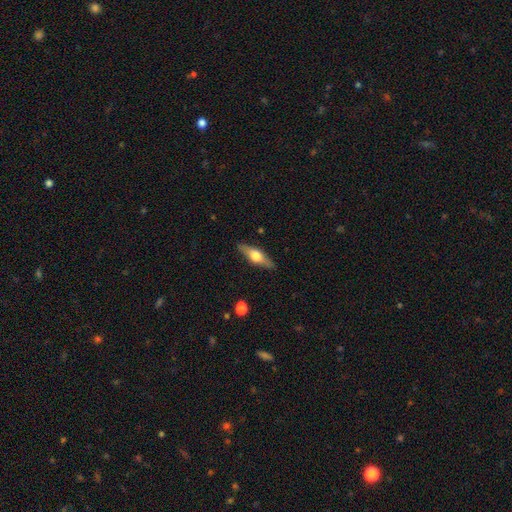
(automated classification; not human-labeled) smooth_or_featured: featured or disk (p=0.52) [alt: smooth p=0.42]
disk_edge_on: yes (p=0.91) [alt: no p=0.09]
merging: none (p=0.87) [alt: minor disturbance p=0.09]